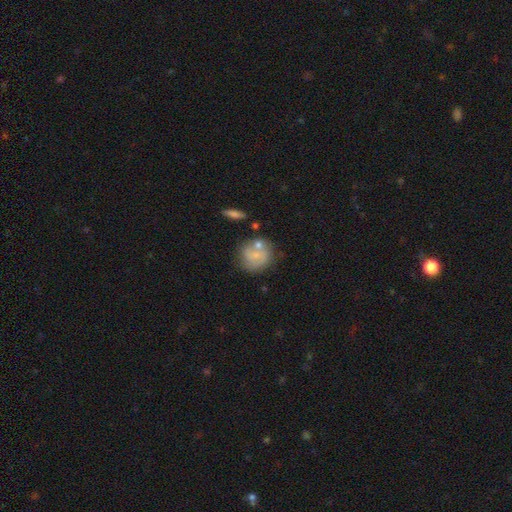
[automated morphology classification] Smooth or featured? Predicted: smooth (p=0.55). How rounded? Predicted: round (p=0.80). Merging? Predicted: none (p=0.57).